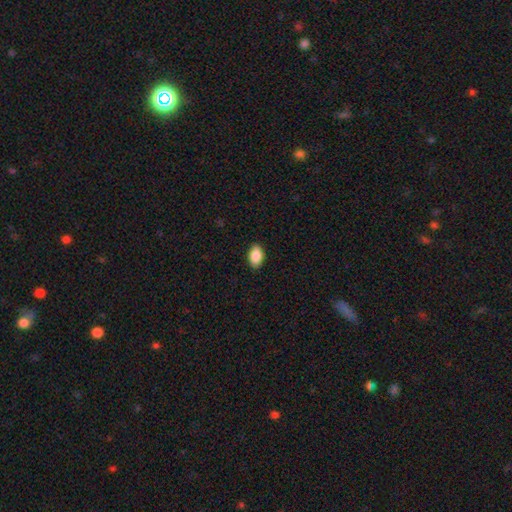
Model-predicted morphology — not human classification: smooth-or-featured: smooth: 88% | star or artifact: 7% | featured or disk: 5%
  how-rounded: in between: 92% | round: 6% | cigar-shaped: 2%
  merging: none: 89% | minor disturbance: 8% | major disturbance: 2% | merger: 1%